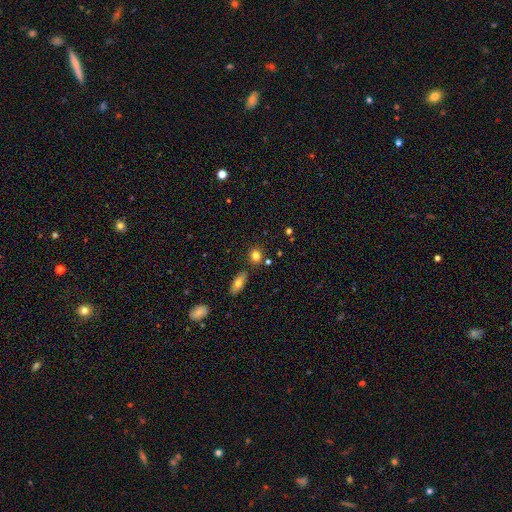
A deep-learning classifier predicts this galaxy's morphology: smooth-or-featured: smooth: 81% | star or artifact: 11% | featured or disk: 8%
  how-rounded: round: 70% | in between: 27% | cigar-shaped: 2%
  merging: none: 79% | minor disturbance: 10% | merger: 9% | major disturbance: 3%